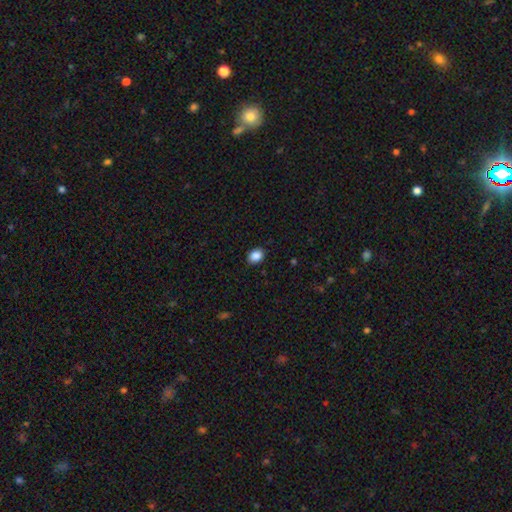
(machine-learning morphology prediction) smooth 88%, star or artifact 9%, featured or disk 3%. Down the decision tree: how rounded — in between (63%); merging — none (89%).